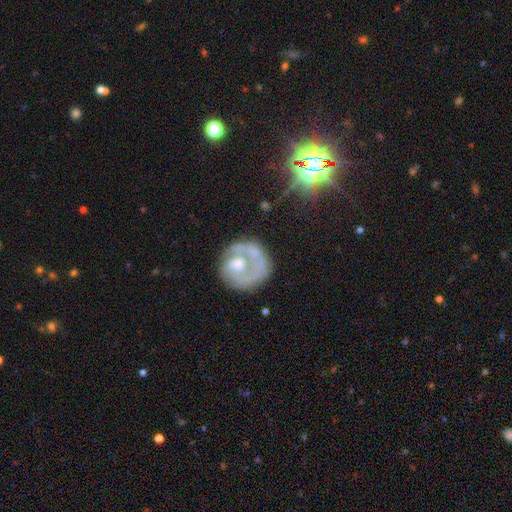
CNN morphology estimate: A featured or disk galaxy (65%) with no bar (79%), spiral arms (58%) and a moderate central bulge (51%).

Vote fractions:
- Smooth or featured? featured or disk: 65% / smooth: 27% / star or artifact: 8%
- Edge-on disk? no: 98% / yes: 2%
- Bar? no: 79% / weak: 17% / strong: 4%
- Spiral arms? yes: 58% / no: 42%
- Bulge size? moderate: 51% / small: 18% / none: 15% / large: 13% / dominant: 3%
- Merging? none: 56% / major disturbance: 21% / minor disturbance: 19% / merger: 5%